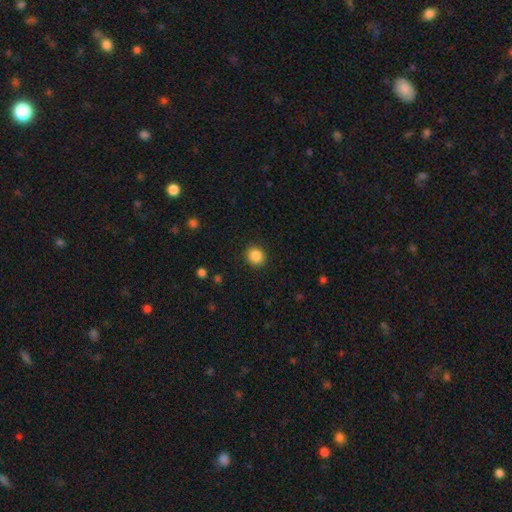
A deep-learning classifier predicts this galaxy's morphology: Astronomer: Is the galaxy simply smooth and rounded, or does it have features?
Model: smooth — 87%.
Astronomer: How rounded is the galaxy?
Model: round — 84%.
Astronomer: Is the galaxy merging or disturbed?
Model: none — 89%.